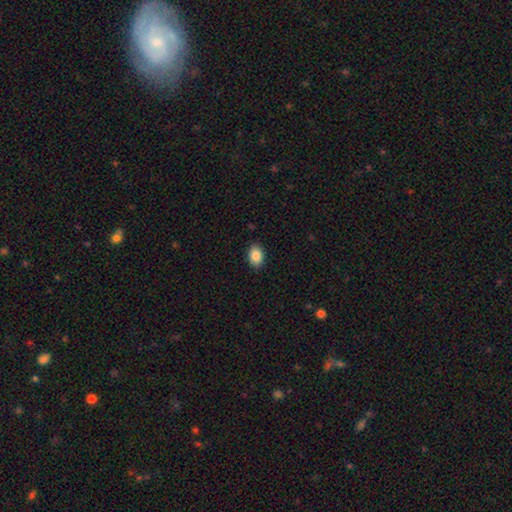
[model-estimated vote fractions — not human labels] This is clearly a smooth galaxy (88%). How rounded: clearly in between (85%). Merging: clearly none (88%).